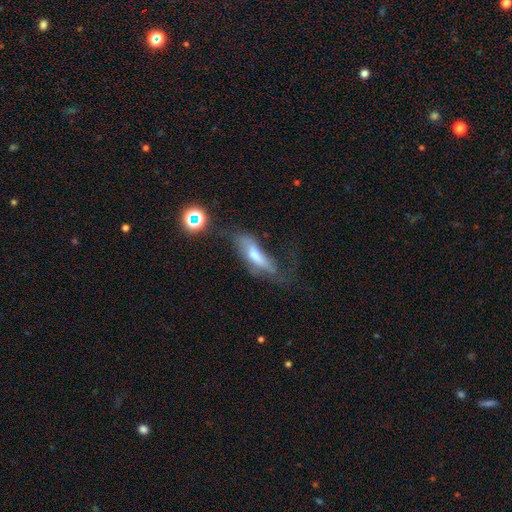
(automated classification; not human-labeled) The model was most divided on "merging": major disturbance: 37%, none: 32%, minor disturbance: 25%, merger: 6%. More confident: how rounded — cigar-shaped (55%); smooth or featured — smooth (50%).